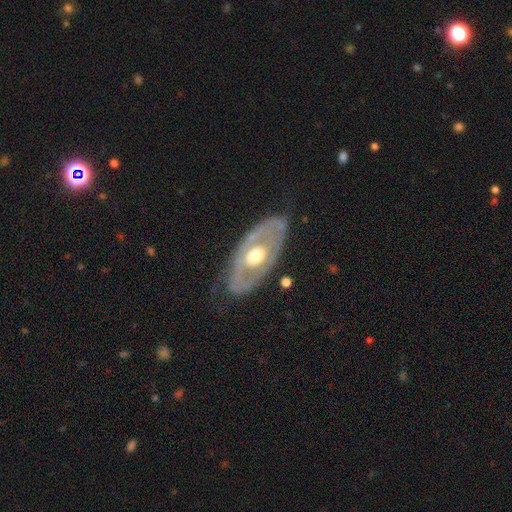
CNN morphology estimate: smooth-or-featured: featured or disk: 70% | smooth: 26% | star or artifact: 4%
  disk-edge-on: no: 86% | yes: 14%
    bar: no: 85% | weak: 11% | strong: 4%
    has-spiral-arms: no: 75% | yes: 25%
    bulge-size: moderate: 66% | large: 25% | small: 6% | dominant: 2% | none: 1%
  merging: none: 72% | minor disturbance: 18% | major disturbance: 8% | merger: 2%